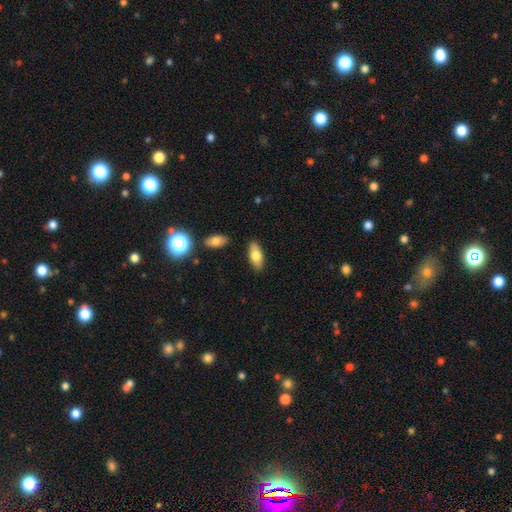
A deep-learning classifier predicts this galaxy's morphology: Smooth or featured? smooth (75%)
How rounded? in between (86%)
Merging? none (86%)